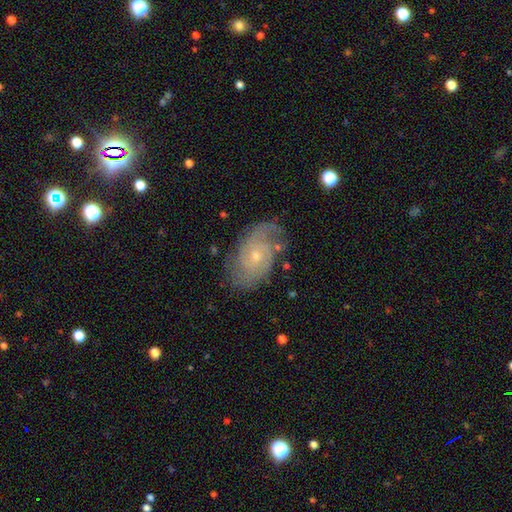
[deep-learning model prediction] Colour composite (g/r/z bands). It shows a featured or disk galaxy (82%) with no bar (73%), 2 (49%) tight (54%) spiral arms (94%) and a small central bulge (67%). Merging: none (71%).